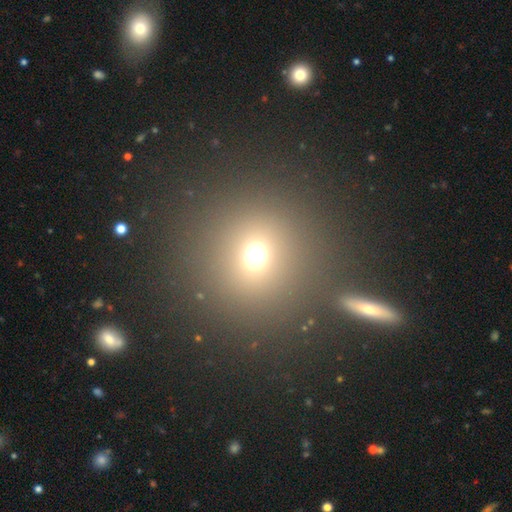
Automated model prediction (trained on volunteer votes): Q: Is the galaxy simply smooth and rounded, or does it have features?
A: smooth — 68%.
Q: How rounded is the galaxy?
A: round — 89%.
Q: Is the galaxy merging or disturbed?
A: none — 77%.